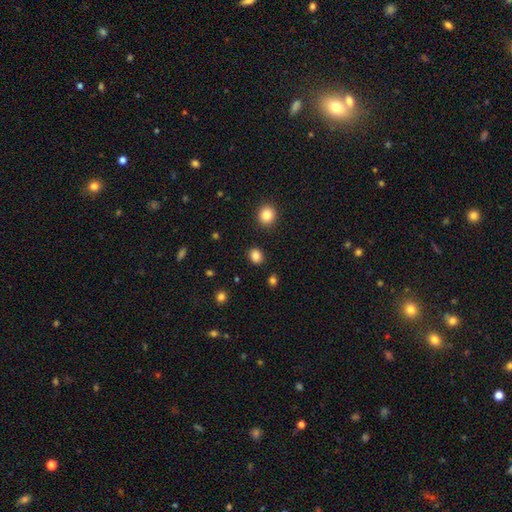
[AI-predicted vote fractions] A smooth galaxy with no disk features (85%) that is round (54%).

Vote fractions:
- Smooth or featured? smooth: 85% / star or artifact: 11% / featured or disk: 4%
- How rounded? round: 54% / in between: 45% / cigar-shaped: 1%
- Merging? none: 88% / minor disturbance: 7% / merger: 2% / major disturbance: 2%